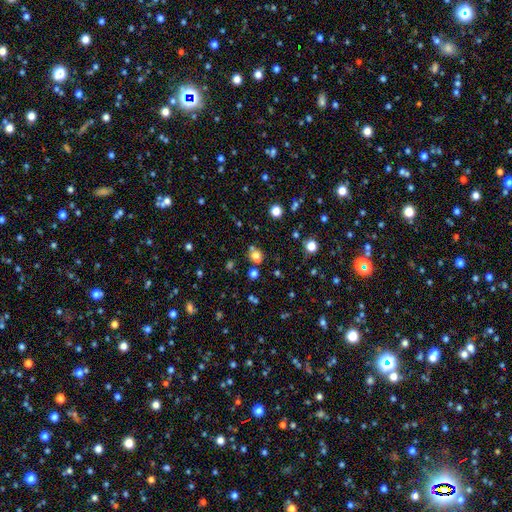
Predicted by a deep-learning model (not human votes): The model was most divided on "how rounded": round: 62%, in between: 37%, cigar-shaped: 1%. More confident: smooth or featured — smooth (68%); merging — none (59%).